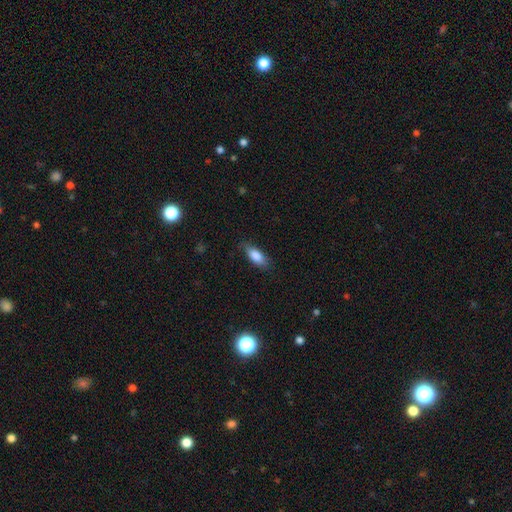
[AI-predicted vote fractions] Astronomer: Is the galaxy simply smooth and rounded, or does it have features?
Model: smooth — 84%.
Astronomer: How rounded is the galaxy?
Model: in between — 78%.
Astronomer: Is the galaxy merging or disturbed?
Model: none — 77%.